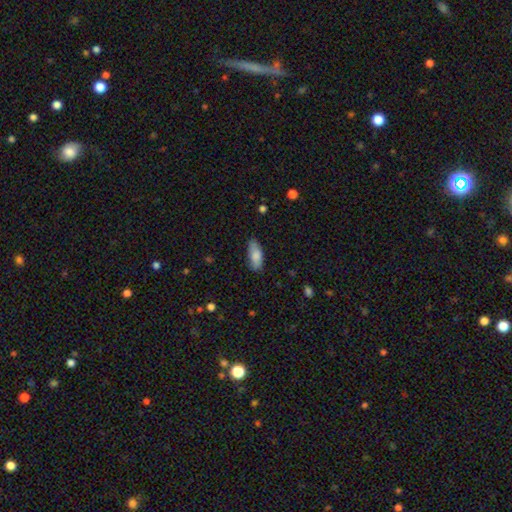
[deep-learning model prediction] smooth_or_featured: smooth (p=0.83) [alt: featured or disk p=0.11]
how_rounded: in between (p=0.79) [alt: cigar-shaped p=0.19]
merging: none (p=0.79) [alt: minor disturbance p=0.17]